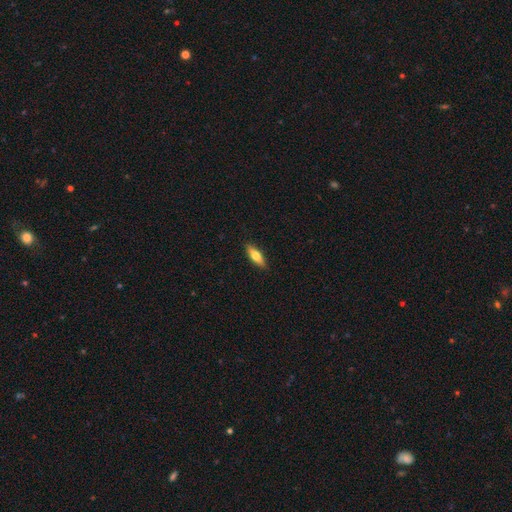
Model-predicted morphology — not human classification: smooth_or_featured: smooth (p=0.65) [alt: featured or disk p=0.29]
how_rounded: in between (p=0.53) [alt: cigar-shaped p=0.44]
merging: none (p=0.89) [alt: minor disturbance p=0.08]